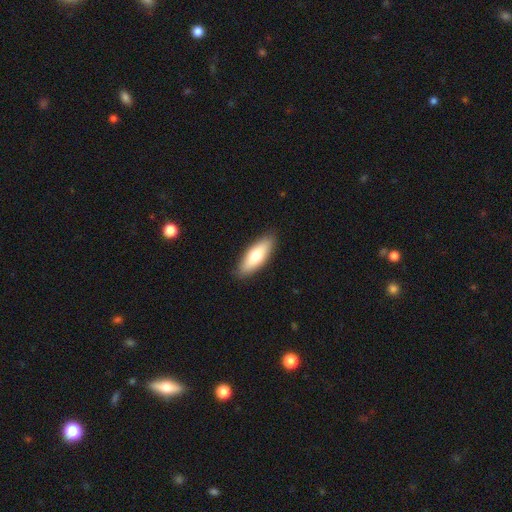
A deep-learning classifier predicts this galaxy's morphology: smooth 70%, featured or disk 24%, star or artifact 6%. Down the decision tree: how rounded — in between (61%); merging — none (88%).